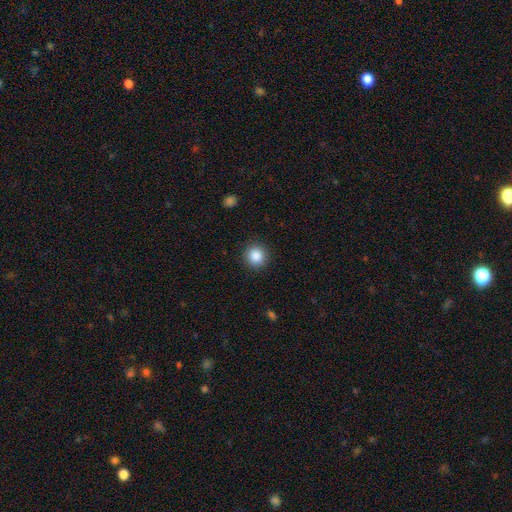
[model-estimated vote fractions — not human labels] Q: Smooth or featured?
A: smooth (87%); runner-up: star or artifact (9%)
Q: How rounded?
A: round (91%); runner-up: in between (8%)
Q: Merging?
A: none (90%); runner-up: minor disturbance (7%)